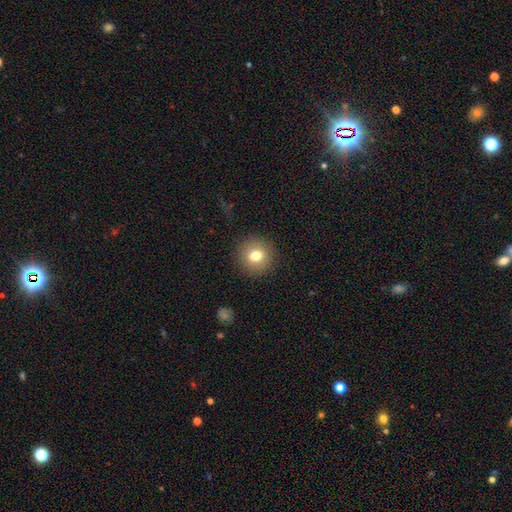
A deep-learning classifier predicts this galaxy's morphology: smooth_or_featured: smooth (p=0.77) [alt: featured or disk p=0.13]
how_rounded: round (p=0.91) [alt: in between p=0.08]
merging: none (p=0.90) [alt: minor disturbance p=0.06]